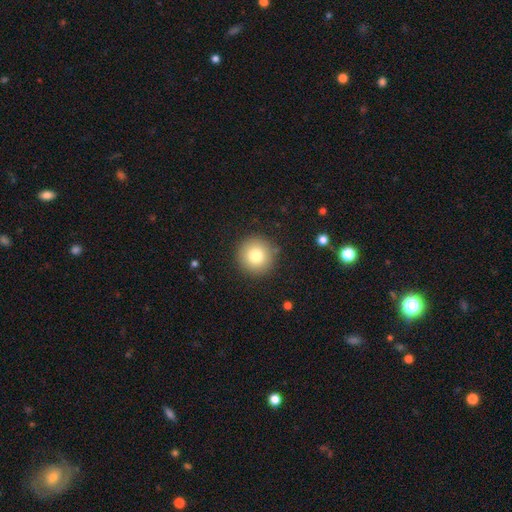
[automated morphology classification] Smooth or featured?
  - smooth: 78% *
  - featured or disk: 11%
  - star or artifact: 11%
How rounded?
  - round: 96% *
  - in between: 3%
  - cigar-shaped: 1%
Merging?
  - none: 89% *
  - minor disturbance: 7%
  - major disturbance: 2%
  - merger: 1%